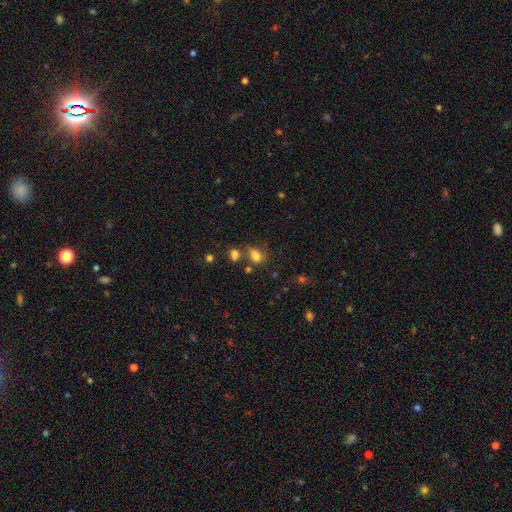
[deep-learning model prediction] Morphology: type=smooth (76%); roundness=in between (75%); merging=none (48%).